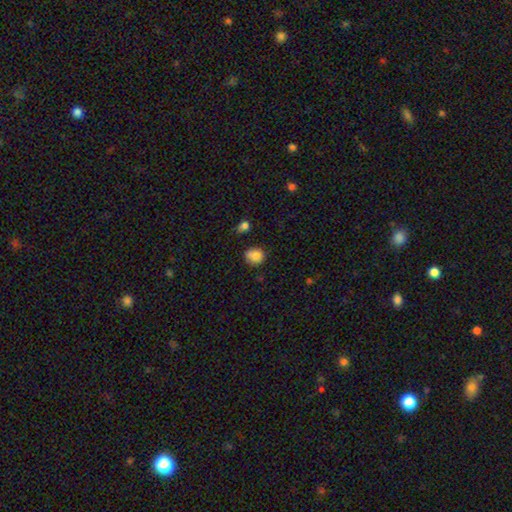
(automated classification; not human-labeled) A smooth galaxy with no disk features (81%) that is round (71%). Merging: none (62%).